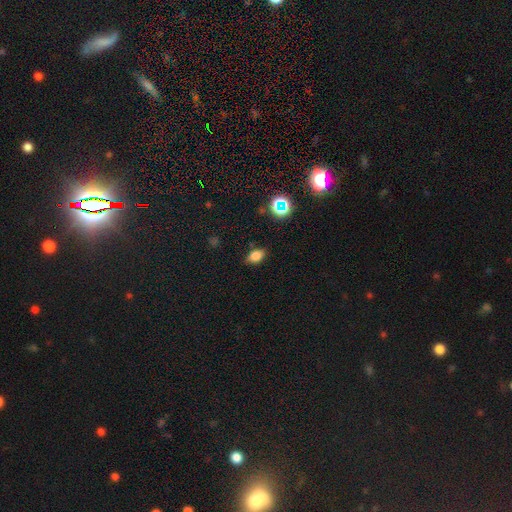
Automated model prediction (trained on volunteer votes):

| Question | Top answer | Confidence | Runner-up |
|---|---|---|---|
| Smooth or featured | smooth | 78% | star or artifact (14%) |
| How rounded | in between | 83% | round (15%) |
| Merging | none | 81% | minor disturbance (15%) |